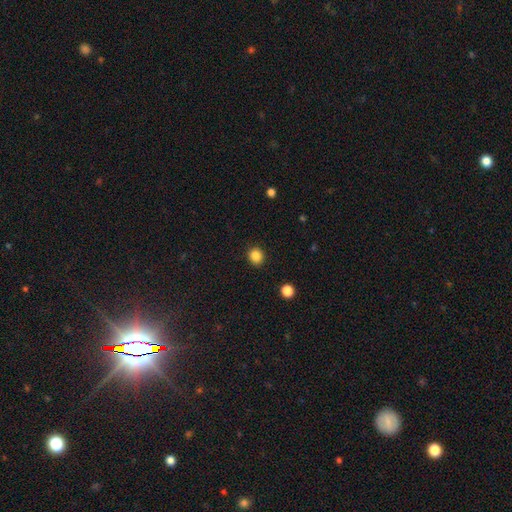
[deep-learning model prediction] smooth-or-featured: smooth: 85% | star or artifact: 11% | featured or disk: 4%
  how-rounded: round: 83% | in between: 16% | cigar-shaped: 1%
  merging: none: 91% | minor disturbance: 6% | major disturbance: 2% | merger: 1%